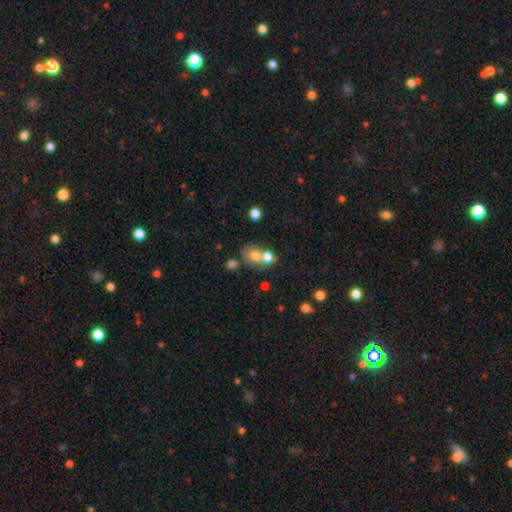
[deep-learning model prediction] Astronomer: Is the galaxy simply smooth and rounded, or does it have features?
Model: smooth — 70%.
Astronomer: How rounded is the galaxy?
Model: round — 57% (runner-up: in between, 42%).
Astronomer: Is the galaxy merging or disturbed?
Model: merger — 46% (runner-up: none, 38%).